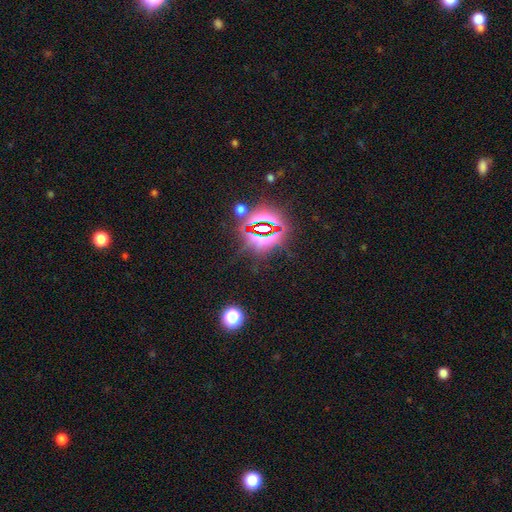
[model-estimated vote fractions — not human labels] Overall: star or artifact (83%).